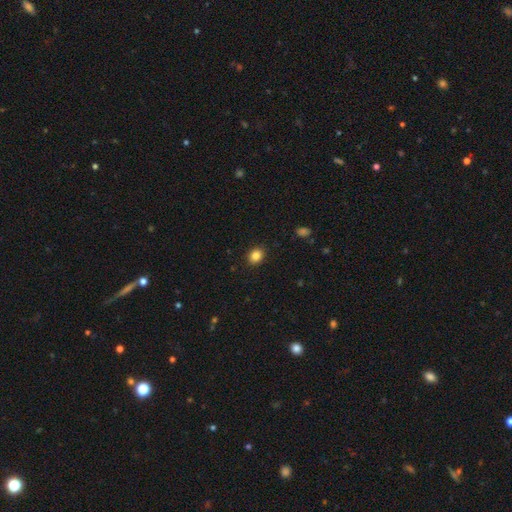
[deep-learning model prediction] A smooth galaxy with no disk features (86%) that is in between round and cigar-shaped (50%). Merging: none (90%).